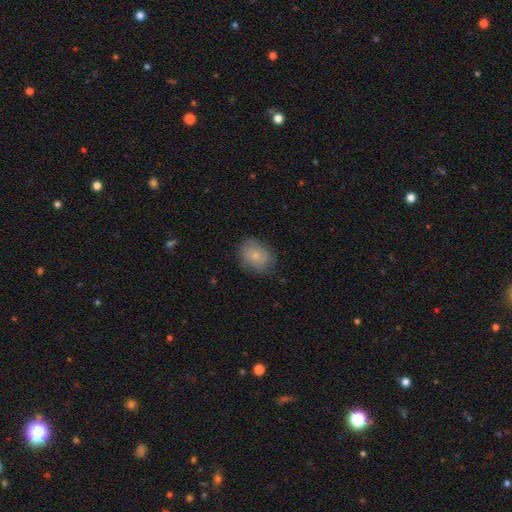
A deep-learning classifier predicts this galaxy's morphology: Smooth or featured? Predicted: smooth (p=0.74). How rounded? Predicted: in between (p=0.58). Merging? Predicted: none (p=0.75).